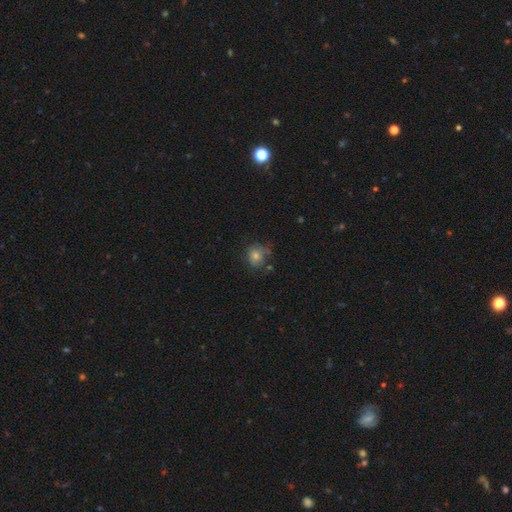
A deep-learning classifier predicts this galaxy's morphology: This appears to be a smooth galaxy with no disk features (65%) that is round (82%). Merging: none (66%).